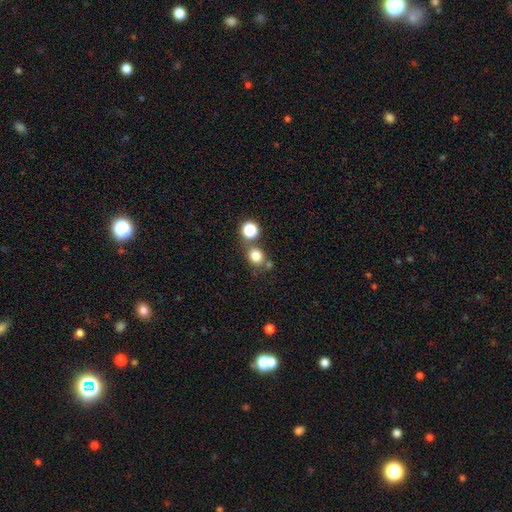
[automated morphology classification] Smooth or featured?
  - smooth: 78% *
  - star or artifact: 15%
  - featured or disk: 7%
How rounded?
  - round: 77% *
  - in between: 22%
  - cigar-shaped: 1%
Merging?
  - none: 67% *
  - merger: 18%
  - minor disturbance: 11%
  - major disturbance: 4%